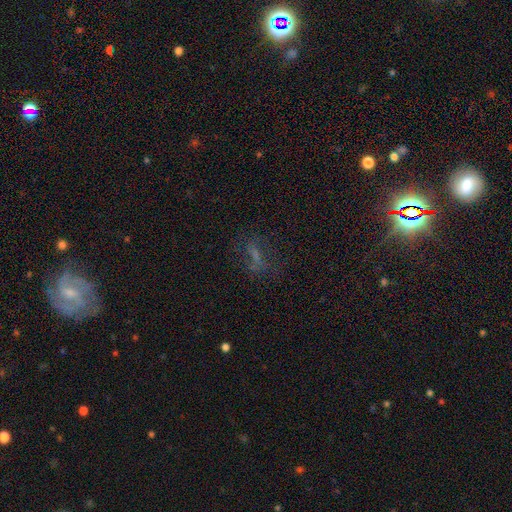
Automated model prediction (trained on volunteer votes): Overall: star or artifact (36%; smooth 33%).